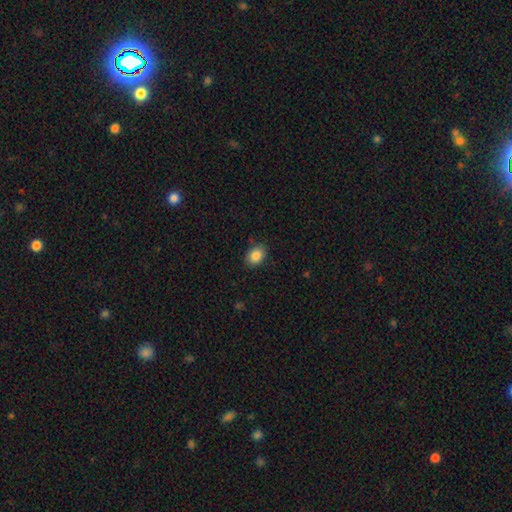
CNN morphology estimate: The model was most divided on "how rounded": in between: 64%, round: 35%, cigar-shaped: 1%. More confident: merging — none (87%); smooth or featured — smooth (86%).